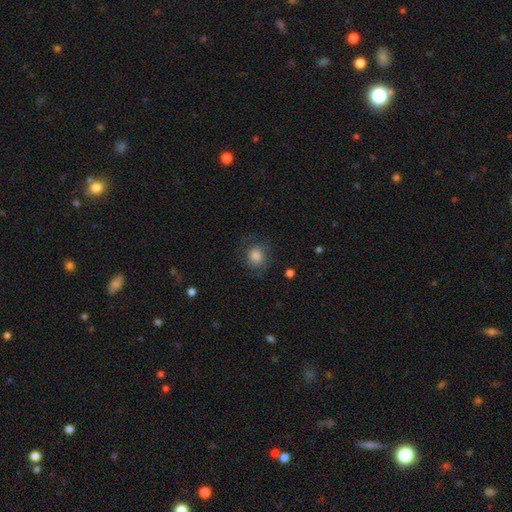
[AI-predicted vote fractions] Q: Smooth or featured?
A: smooth (69%); runner-up: featured or disk (21%)
Q: How rounded?
A: round (80%); runner-up: in between (19%)
Q: Merging?
A: none (71%); runner-up: minor disturbance (17%)